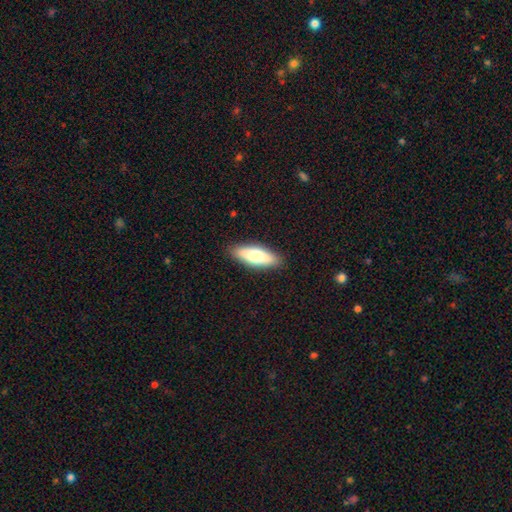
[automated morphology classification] type=smooth (72%); roundness=in between (65%); merging=none (88%).